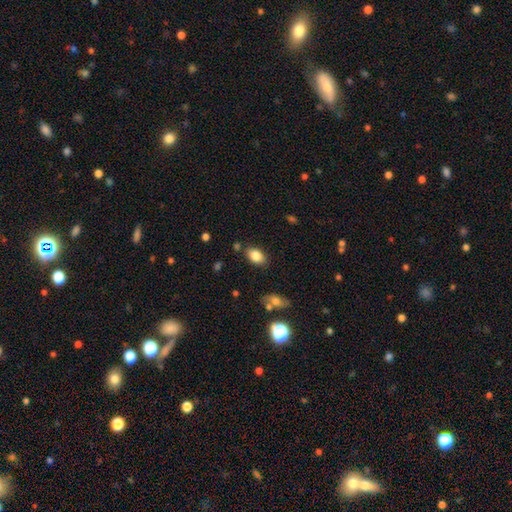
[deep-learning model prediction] A smooth galaxy with no disk features (84%) that is in between round and cigar-shaped (87%).

Vote fractions:
- Smooth or featured? smooth: 84% / star or artifact: 9% / featured or disk: 7%
- How rounded? in between: 87% / round: 11% / cigar-shaped: 1%
- Merging? none: 80% / minor disturbance: 13% / merger: 5% / major disturbance: 3%